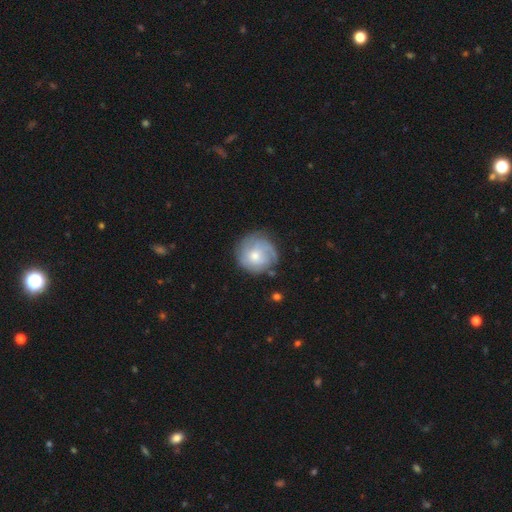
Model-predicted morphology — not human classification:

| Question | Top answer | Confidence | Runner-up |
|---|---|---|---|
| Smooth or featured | featured or disk | 52% | smooth (41%) |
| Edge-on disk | no | 97% | yes (3%) |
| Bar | no | 76% | weak (21%) |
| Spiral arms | yes | 75% | no (25%) |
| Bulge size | moderate | 52% | small (40%) |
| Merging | none | 69% | minor disturbance (20%) |